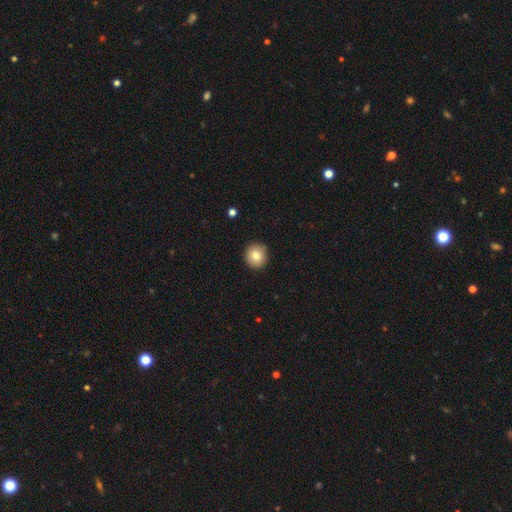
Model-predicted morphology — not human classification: type=smooth (82%); roundness=round (90%); merging=none (91%).